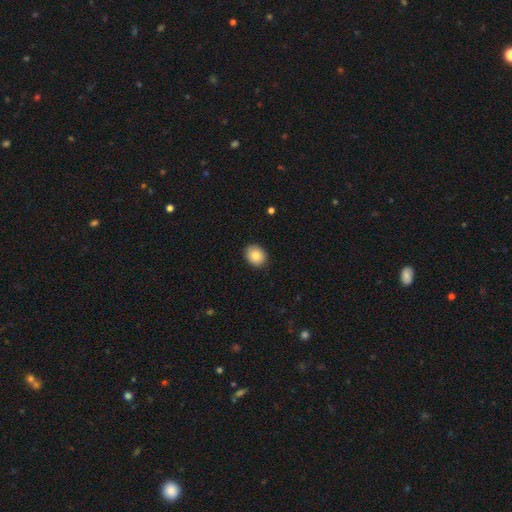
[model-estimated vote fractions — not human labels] Smooth or featured? Predicted: smooth (p=0.85). How rounded? Predicted: round (p=0.58). Merging? Predicted: none (p=0.89).